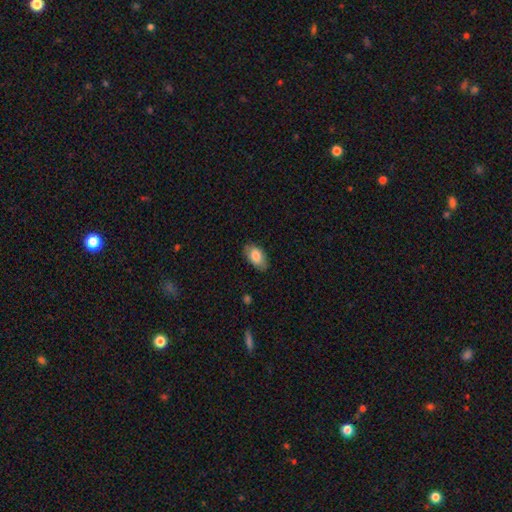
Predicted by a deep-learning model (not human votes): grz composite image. It shows a smooth galaxy with no disk features (82%) that is in between round and cigar-shaped (93%). Merging: none (79%).